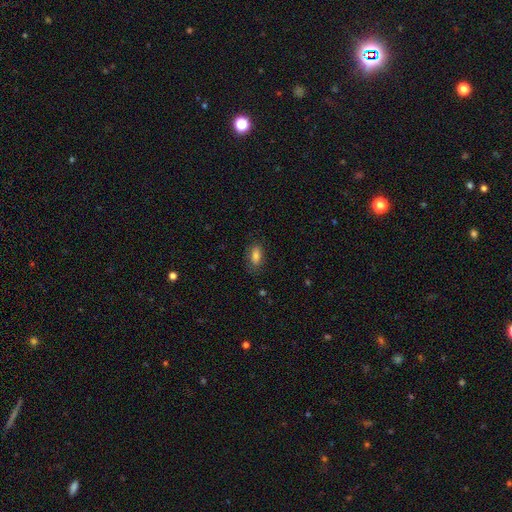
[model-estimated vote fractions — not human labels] Overall: smooth (81%). How rounded: in between (87%). Merging: none (79%).